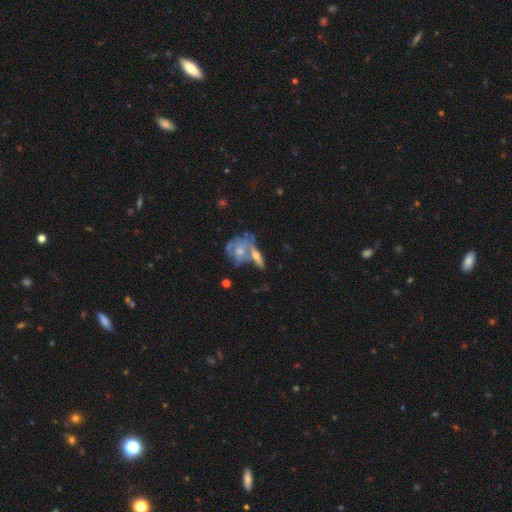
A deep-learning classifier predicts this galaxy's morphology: Overall: featured or disk (65%; smooth 27%). Edge-on disk: no (59%; yes 41%). Merging: merger (42%; none 36%).